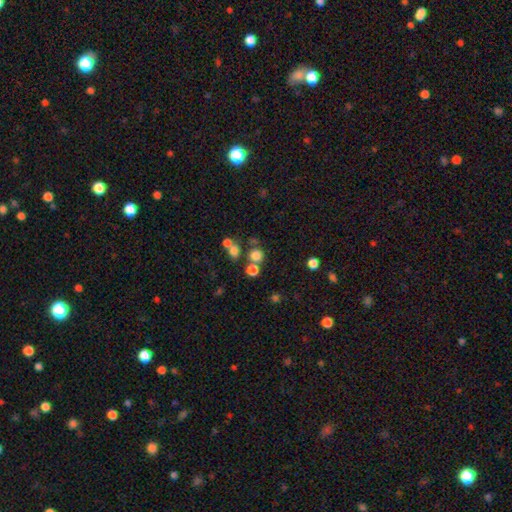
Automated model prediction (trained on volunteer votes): Smooth or featured? Predicted: smooth (p=0.74). How rounded? Predicted: round (p=0.85). Merging? Predicted: none (p=0.64).